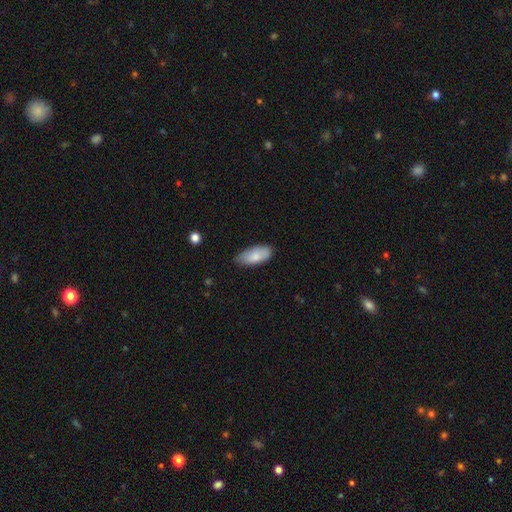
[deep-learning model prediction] smooth 82%, featured or disk 12%, star or artifact 6%. Down the decision tree: how rounded — in between (88%); merging — none (66%).